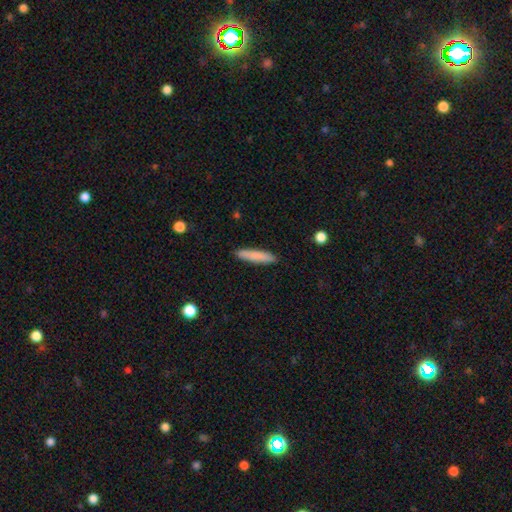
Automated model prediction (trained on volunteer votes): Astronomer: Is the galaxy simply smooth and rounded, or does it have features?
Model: smooth — 83%.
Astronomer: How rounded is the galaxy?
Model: cigar-shaped — 88%.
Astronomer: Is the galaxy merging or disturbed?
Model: none — 89%.